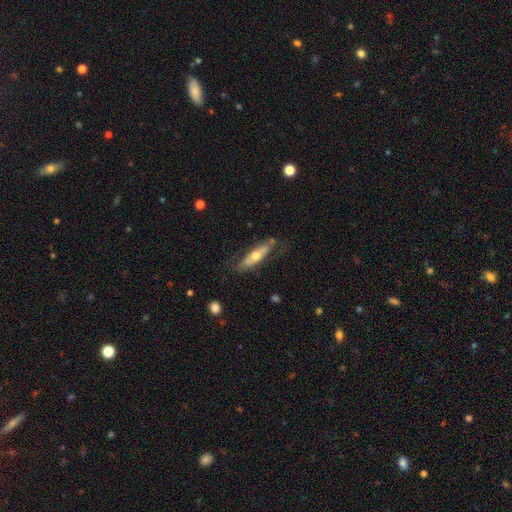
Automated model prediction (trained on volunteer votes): Morphology: type=featured or disk (50%); edge-on=no (55%); merging=none (64%).